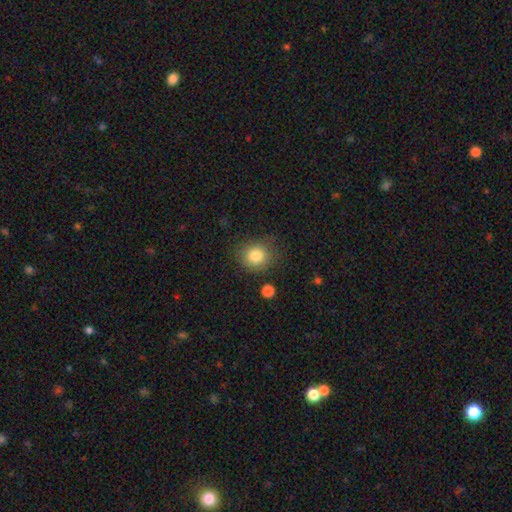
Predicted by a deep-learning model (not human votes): Smooth or featured: smooth — 82% (star or artifact — 11%)
How rounded: round — 80% (in between — 19%)
Merging: none — 77% (minor disturbance — 15%)